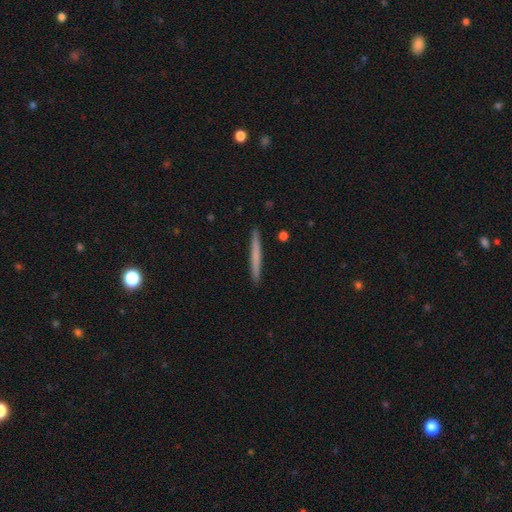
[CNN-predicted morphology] Q: Smooth or featured?
A: smooth (64%); runner-up: featured or disk (30%)
Q: How rounded?
A: cigar-shaped (97%); runner-up: in between (2%)
Q: Merging?
A: none (92%); runner-up: minor disturbance (5%)